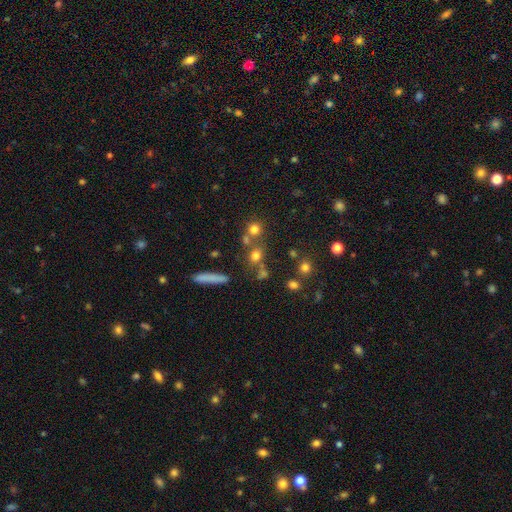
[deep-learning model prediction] Morphology: type=smooth (68%); roundness=round (76%); merging=none (60%).